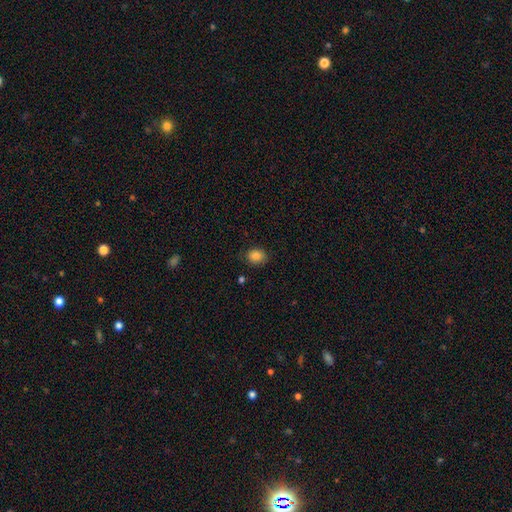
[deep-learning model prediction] A smooth galaxy with no disk features (85%) that is round (50%).

Vote fractions:
- Smooth or featured? smooth: 85% / star or artifact: 9% / featured or disk: 5%
- How rounded? round: 50% / in between: 49% / cigar-shaped: 1%
- Merging? none: 79% / minor disturbance: 16% / major disturbance: 3% / merger: 1%